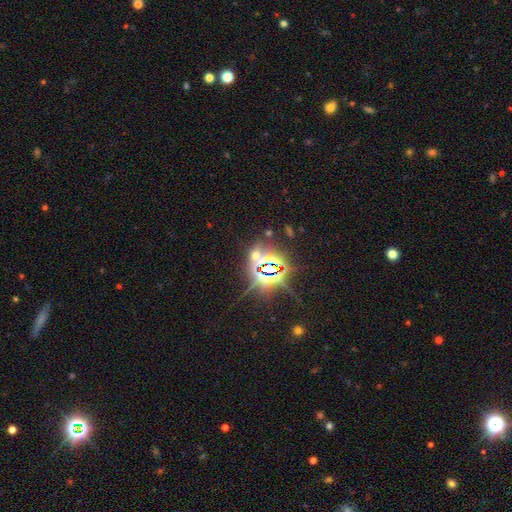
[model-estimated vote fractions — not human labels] The model was most divided on "smooth or featured": star or artifact: 74%, smooth: 17%, featured or disk: 9%.